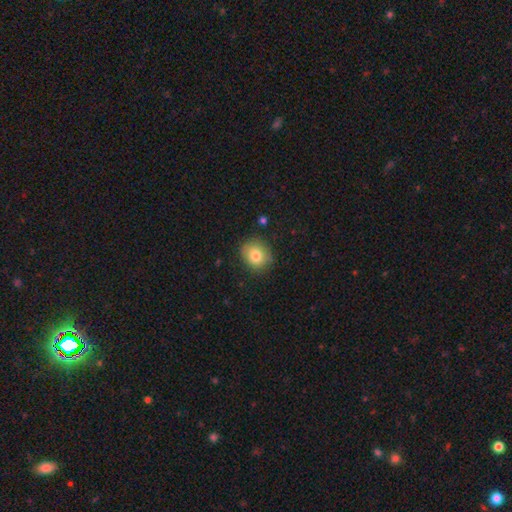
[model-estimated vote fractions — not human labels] Smooth or featured?
  - smooth: 80% *
  - featured or disk: 11%
  - star or artifact: 9%
How rounded?
  - round: 71% *
  - in between: 28%
  - cigar-shaped: 1%
Merging?
  - none: 81% *
  - minor disturbance: 14%
  - major disturbance: 3%
  - merger: 2%